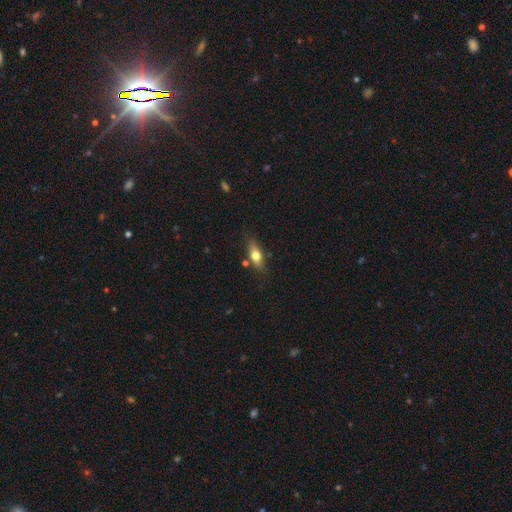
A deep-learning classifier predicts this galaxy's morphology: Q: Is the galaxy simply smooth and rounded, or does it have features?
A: smooth — 65%.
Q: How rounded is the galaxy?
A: in between — 68%.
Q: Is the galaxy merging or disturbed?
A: none — 76%.